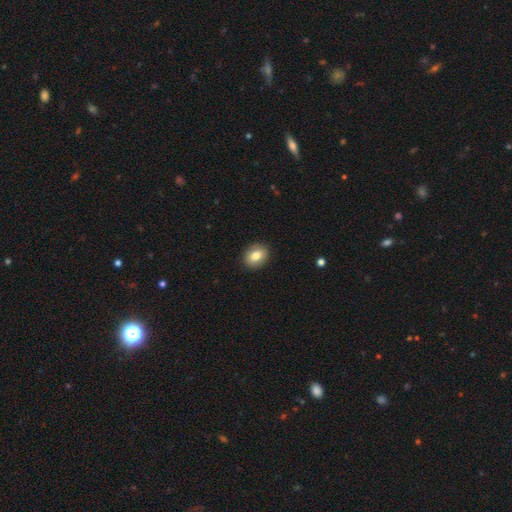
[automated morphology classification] This appears to be a smooth galaxy with no disk features (80%) that is in between round and cigar-shaped (54%). Merging: none (90%).